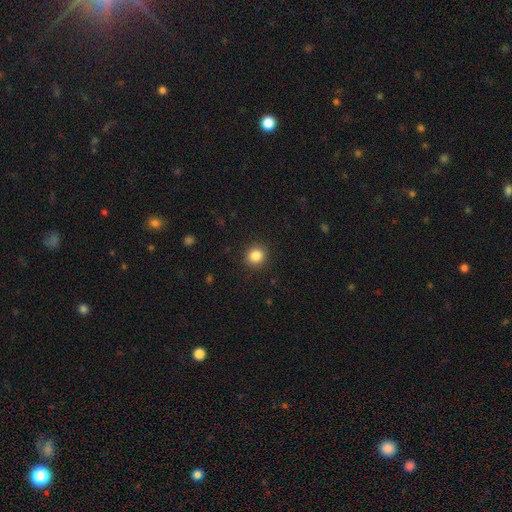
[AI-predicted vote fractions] A smooth galaxy with no disk features (85%) that is round (89%). Merging: none (91%).